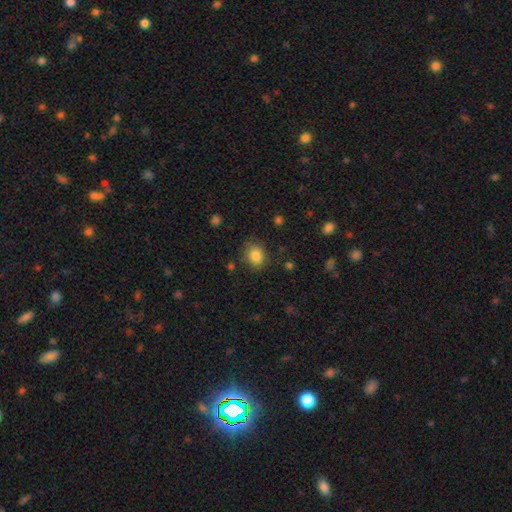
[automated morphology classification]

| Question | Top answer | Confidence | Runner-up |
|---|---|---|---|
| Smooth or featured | smooth | 85% | star or artifact (10%) |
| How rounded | round | 57% | in between (42%) |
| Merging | none | 81% | minor disturbance (14%) |